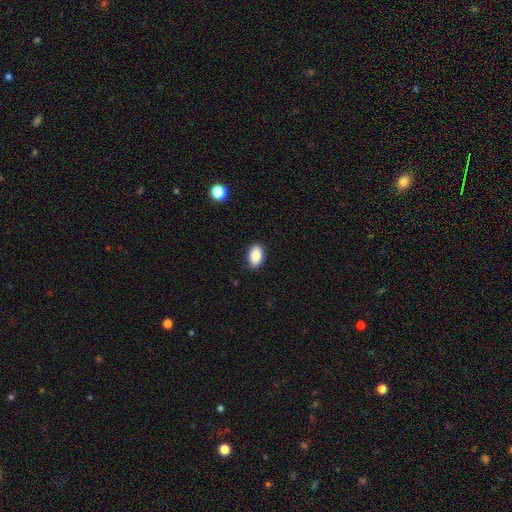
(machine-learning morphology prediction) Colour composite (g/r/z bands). It shows a smooth galaxy with no disk features (89%) that is in between round and cigar-shaped (92%). Merging: none (89%).